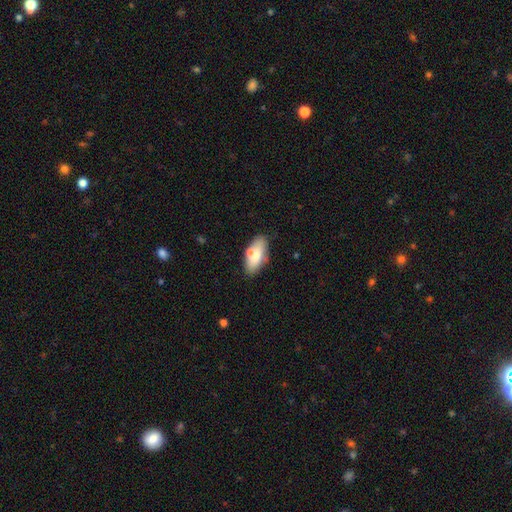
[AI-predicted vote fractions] A smooth galaxy with no disk features (71%) that is in between round and cigar-shaped (85%). Merging: none (64%).